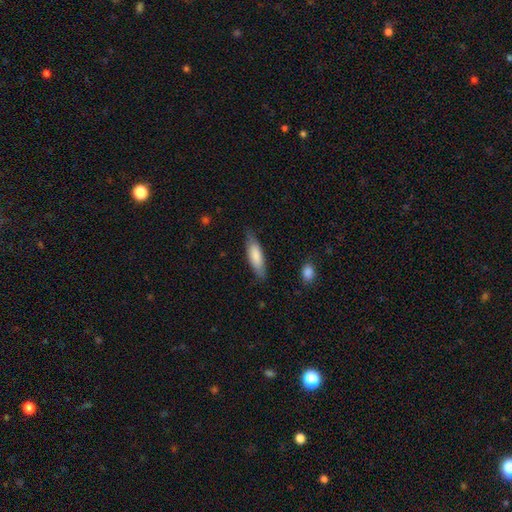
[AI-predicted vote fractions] A smooth galaxy with no disk features (80%) that is cigar-shaped (52%). Merging: none (78%).